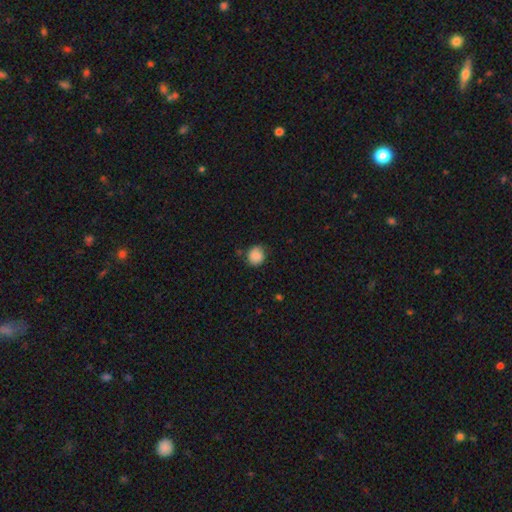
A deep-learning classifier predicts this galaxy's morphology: smooth_or_featured: smooth (p=0.84) [alt: star or artifact p=0.08]
how_rounded: round (p=0.80) [alt: in between p=0.19]
merging: none (p=0.71) [alt: minor disturbance p=0.22]